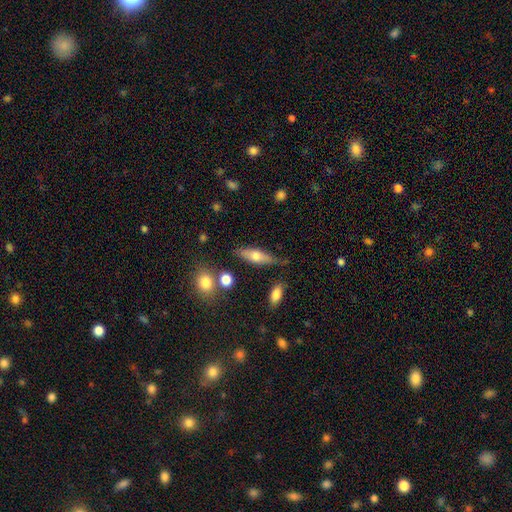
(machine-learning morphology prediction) Smooth or featured: smooth — 56% (featured or disk — 37%)
How rounded: in between — 49% (cigar-shaped — 47%)
Merging: none — 69% (minor disturbance — 20%)